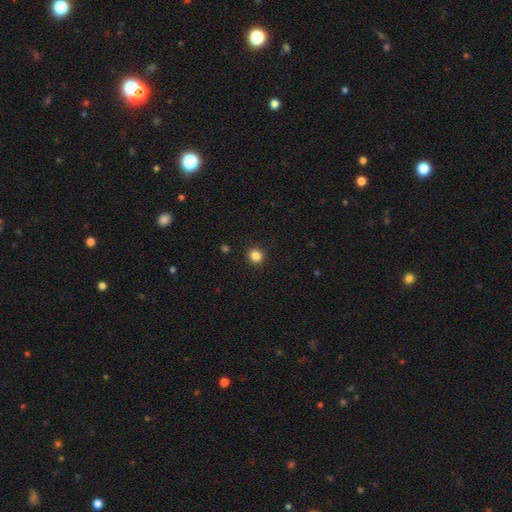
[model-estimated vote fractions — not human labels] Smooth or featured?
  - smooth: 84% *
  - star or artifact: 12%
  - featured or disk: 4%
How rounded?
  - round: 91% *
  - in between: 8%
  - cigar-shaped: 1%
Merging?
  - none: 92% *
  - minor disturbance: 5%
  - major disturbance: 2%
  - merger: 1%